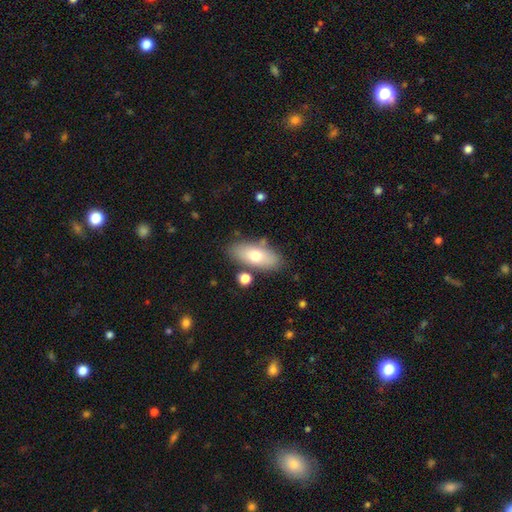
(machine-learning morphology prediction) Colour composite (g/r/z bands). It shows a smooth galaxy with no disk features (68%) that is in between round and cigar-shaped (82%). Merging: none (78%).